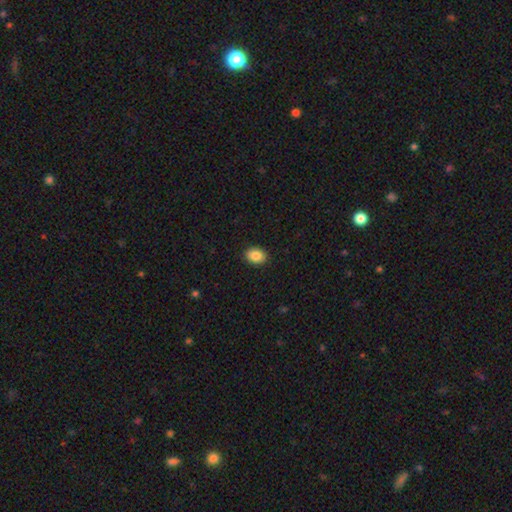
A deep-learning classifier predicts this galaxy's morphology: Smooth or featured? smooth (88%)
How rounded? in between (72%)
Merging? none (91%)